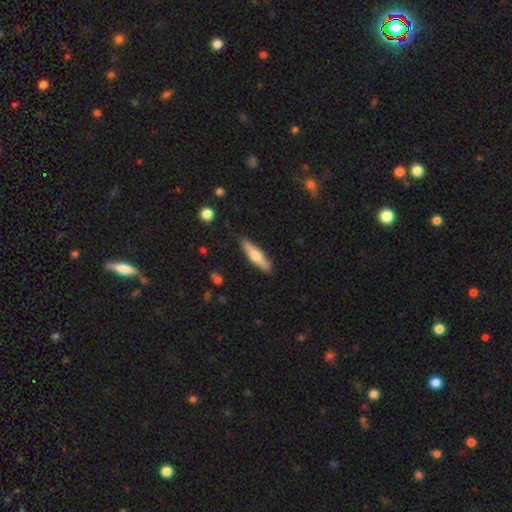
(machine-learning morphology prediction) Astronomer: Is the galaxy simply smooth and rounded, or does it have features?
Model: smooth — 54% (runner-up: featured or disk, 41%).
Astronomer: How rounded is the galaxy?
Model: cigar-shaped — 76%.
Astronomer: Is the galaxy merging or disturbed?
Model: none — 85%.